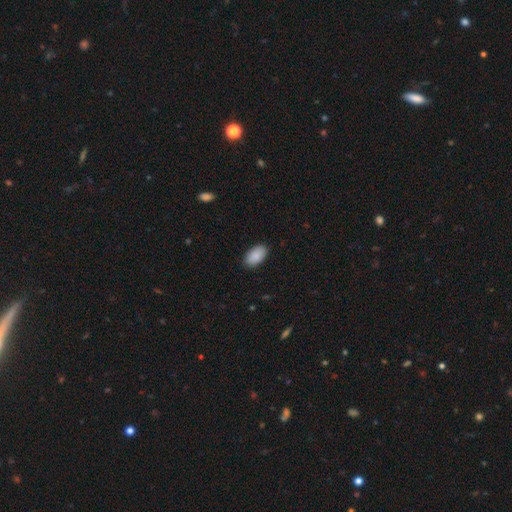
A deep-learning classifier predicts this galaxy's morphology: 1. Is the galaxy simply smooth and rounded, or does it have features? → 91% smooth, 6% star or artifact, 3% featured or disk.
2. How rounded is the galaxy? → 95% in between, 3% round, 1% cigar-shaped.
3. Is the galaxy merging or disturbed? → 88% none, 9% minor disturbance, 2% major disturbance, 1% merger.